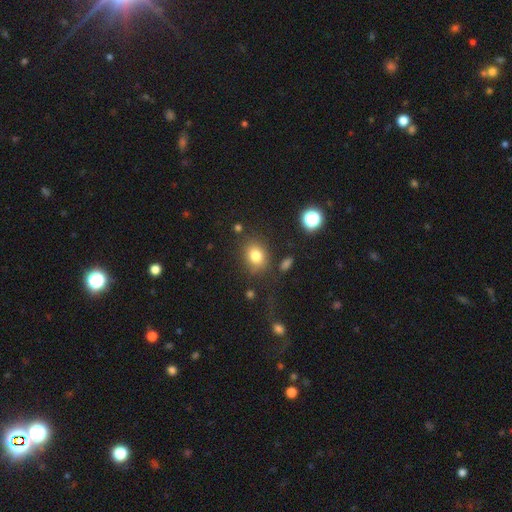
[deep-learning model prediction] Smooth or featured: smooth — 80% (star or artifact — 12%)
How rounded: in between — 52% (round — 47%)
Merging: none — 78% (minor disturbance — 13%)